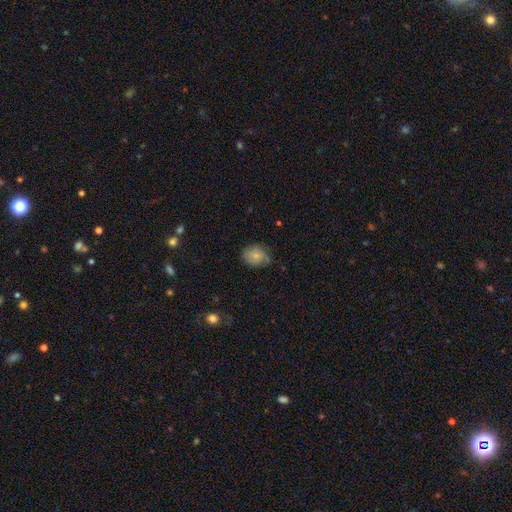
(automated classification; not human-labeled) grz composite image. It shows a smooth galaxy with no disk features (73%) that is in between round and cigar-shaped (52%). Merging: none (58%).